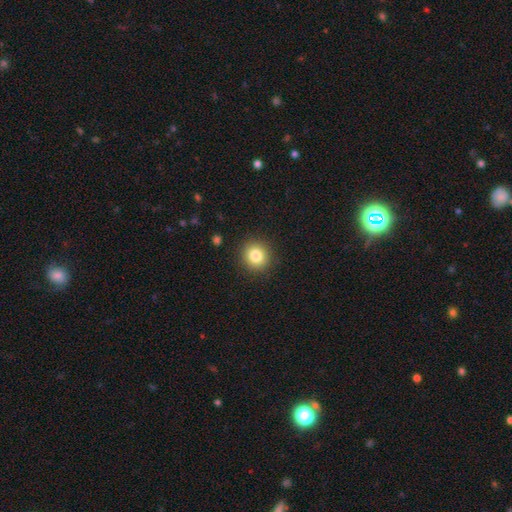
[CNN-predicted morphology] smooth-or-featured: smooth: 82% | star or artifact: 11% | featured or disk: 7%
  how-rounded: round: 90% | in between: 9% | cigar-shaped: 1%
  merging: none: 91% | minor disturbance: 6% | major disturbance: 2% | merger: 1%